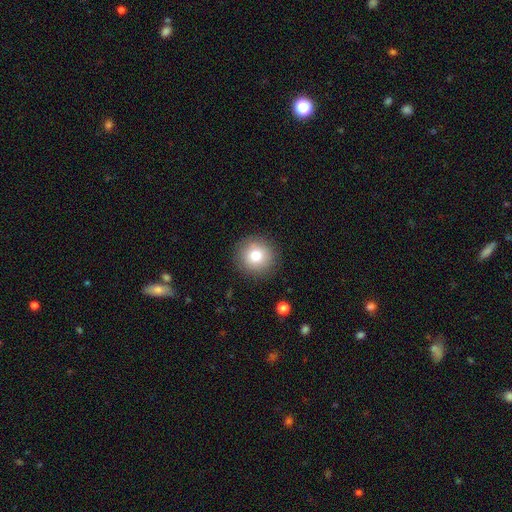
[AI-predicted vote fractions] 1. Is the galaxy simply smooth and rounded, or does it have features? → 80% smooth, 10% featured or disk, 10% star or artifact.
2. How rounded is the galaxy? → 94% round, 5% in between, 1% cigar-shaped.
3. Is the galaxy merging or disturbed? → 90% none, 6% minor disturbance, 2% major disturbance, 1% merger.